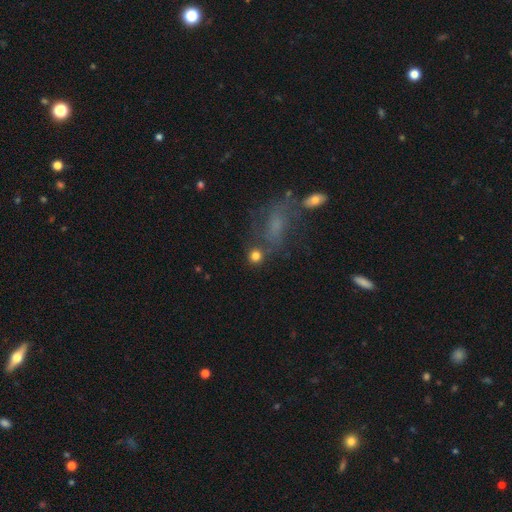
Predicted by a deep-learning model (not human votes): Q: Smooth or featured?
A: smooth (78%); runner-up: star or artifact (12%)
Q: How rounded?
A: round (88%); runner-up: in between (10%)
Q: Merging?
A: none (71%); runner-up: merger (12%)